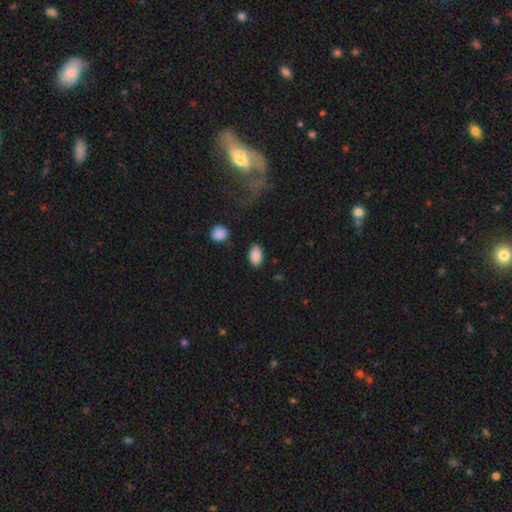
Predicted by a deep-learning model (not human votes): Smooth or featured?
  - smooth: 89% *
  - star or artifact: 8%
  - featured or disk: 4%
How rounded?
  - in between: 92% *
  - round: 6%
  - cigar-shaped: 2%
Merging?
  - none: 86% *
  - minor disturbance: 10%
  - major disturbance: 3%
  - merger: 2%